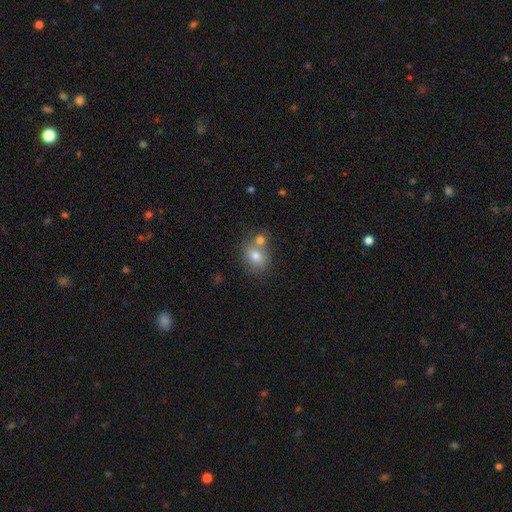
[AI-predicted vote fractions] This is likely a smooth galaxy (74%). How rounded: possibly in between (50%). Merging: possibly none (46%).